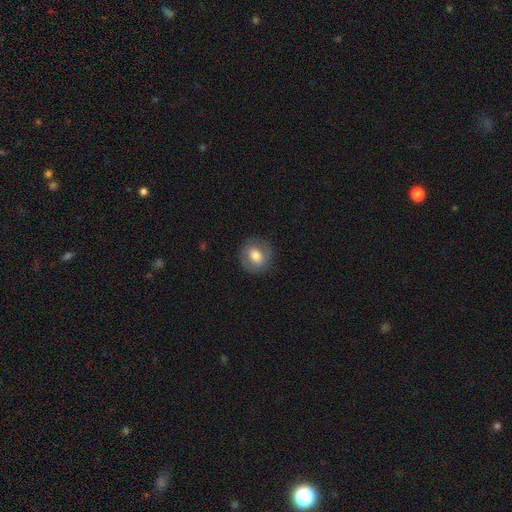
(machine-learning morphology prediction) Overall: smooth (65%; featured or disk 27%). How rounded: round (79%). Merging: none (84%).